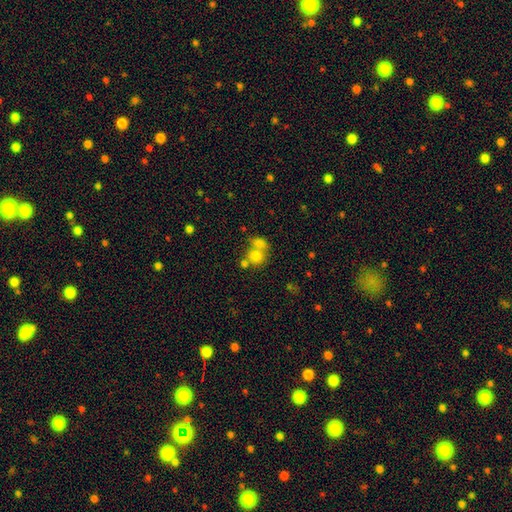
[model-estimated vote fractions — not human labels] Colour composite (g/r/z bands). It shows a smooth galaxy with no disk features (76%) that is round (70%). Merging: merger (49%).